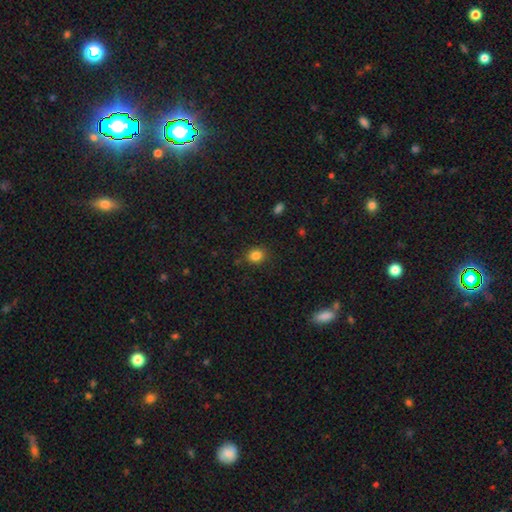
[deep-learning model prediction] Smooth or featured? smooth (84%)
How rounded? round (64%)
Merging? none (85%)